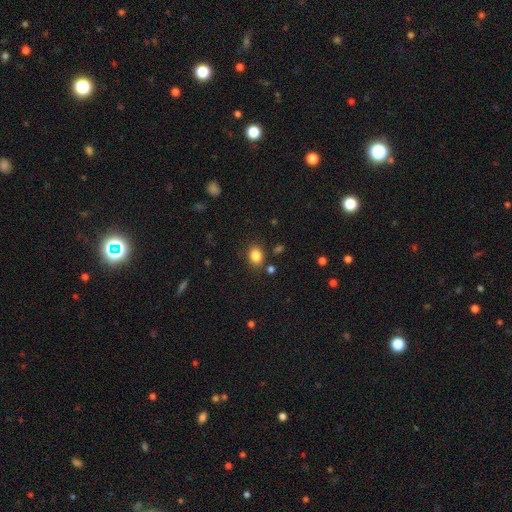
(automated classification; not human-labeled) A smooth galaxy with no disk features (84%) that is in between round and cigar-shaped (54%).

Vote fractions:
- Smooth or featured? smooth: 84% / star or artifact: 11% / featured or disk: 5%
- How rounded? in between: 54% / round: 45% / cigar-shaped: 1%
- Merging? none: 83% / minor disturbance: 11% / merger: 3% / major disturbance: 3%